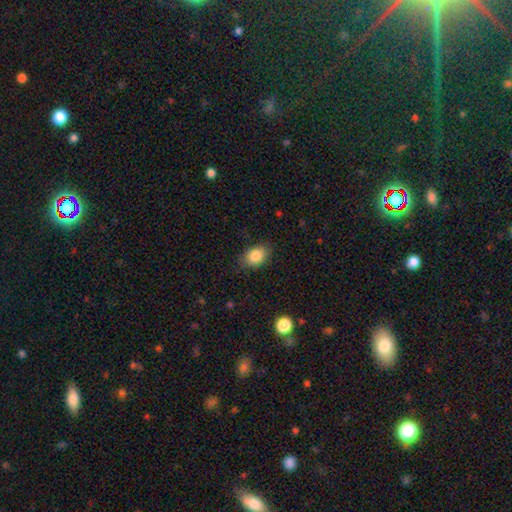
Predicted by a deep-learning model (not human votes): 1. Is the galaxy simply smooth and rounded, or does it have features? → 85% smooth, 8% star or artifact, 7% featured or disk.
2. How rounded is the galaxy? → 78% in between, 21% round, 1% cigar-shaped.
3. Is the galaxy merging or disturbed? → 82% none, 14% minor disturbance, 3% major disturbance, 1% merger.